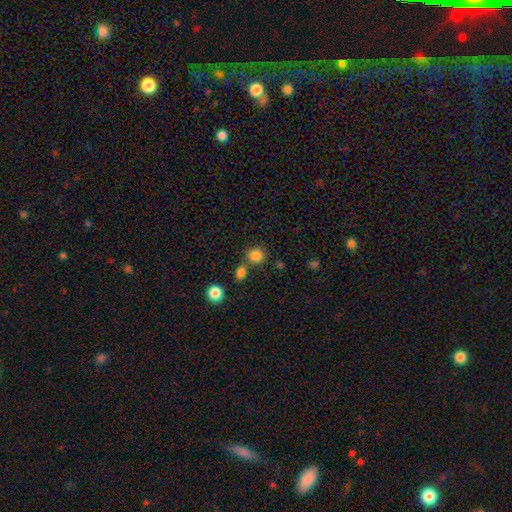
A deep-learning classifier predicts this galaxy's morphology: type=smooth (84%); roundness=round (84%); merging=none (71%).